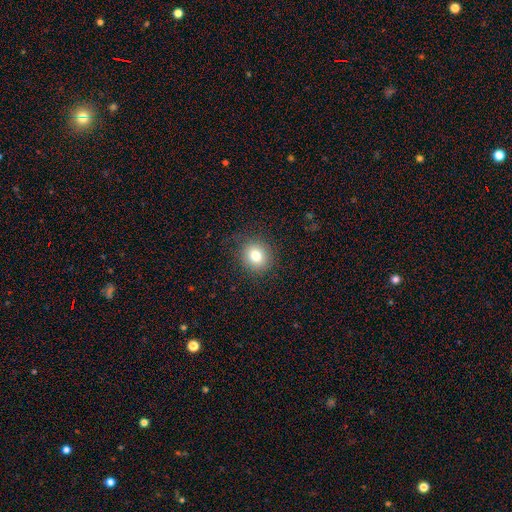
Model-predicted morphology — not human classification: smooth_or_featured: smooth (p=0.78) [alt: star or artifact p=0.12]
how_rounded: round (p=0.86) [alt: in between p=0.13]
merging: none (p=0.86) [alt: minor disturbance p=0.10]